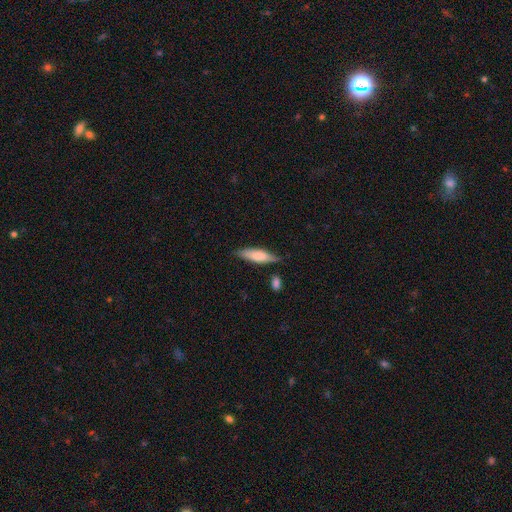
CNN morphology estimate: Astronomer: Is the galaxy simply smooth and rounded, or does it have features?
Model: smooth — 69%.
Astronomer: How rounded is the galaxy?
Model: cigar-shaped — 61% (runner-up: in between, 37%).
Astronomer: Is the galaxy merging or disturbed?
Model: none — 76%.